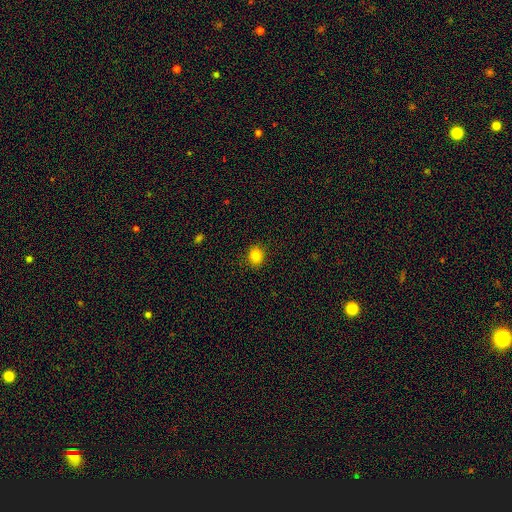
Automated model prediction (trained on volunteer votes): smooth_or_featured: smooth (p=0.84) [alt: star or artifact p=0.11]
how_rounded: round (p=0.70) [alt: in between p=0.29]
merging: none (p=0.90) [alt: minor disturbance p=0.07]